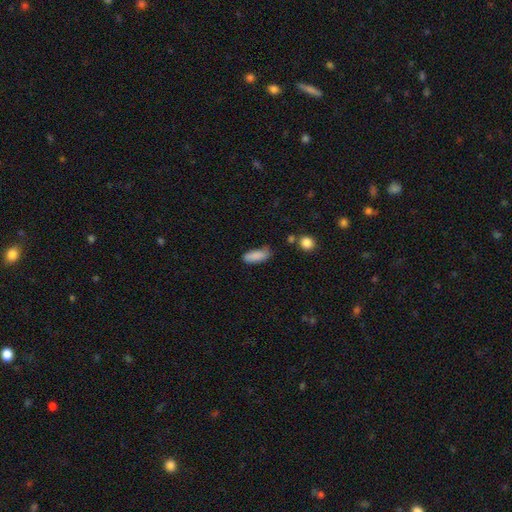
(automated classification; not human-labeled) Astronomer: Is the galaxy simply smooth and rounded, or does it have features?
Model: smooth — 86%.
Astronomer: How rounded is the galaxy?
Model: in between — 76%.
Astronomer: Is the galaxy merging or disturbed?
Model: none — 61%.